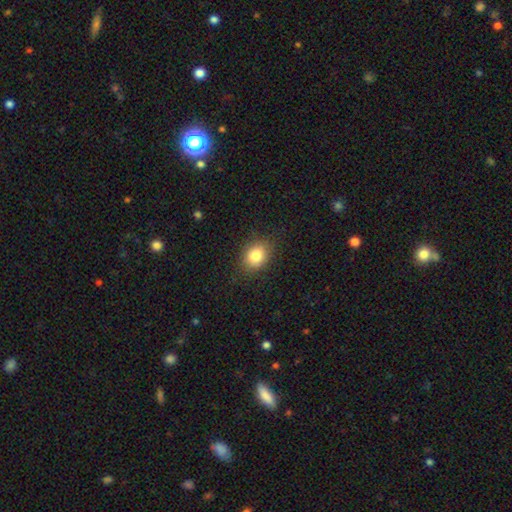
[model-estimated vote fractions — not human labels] This is clearly a smooth galaxy (82%). How rounded: possibly in between (54%). Merging: clearly none (84%).